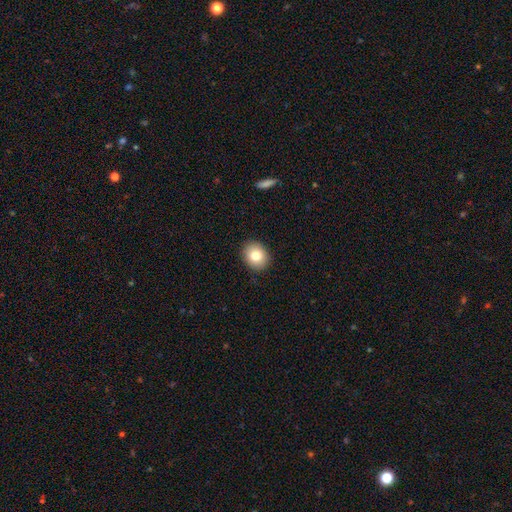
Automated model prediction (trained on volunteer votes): Smooth or featured: smooth — 80% (featured or disk — 10%)
How rounded: round — 67% (in between — 32%)
Merging: none — 91% (minor disturbance — 6%)